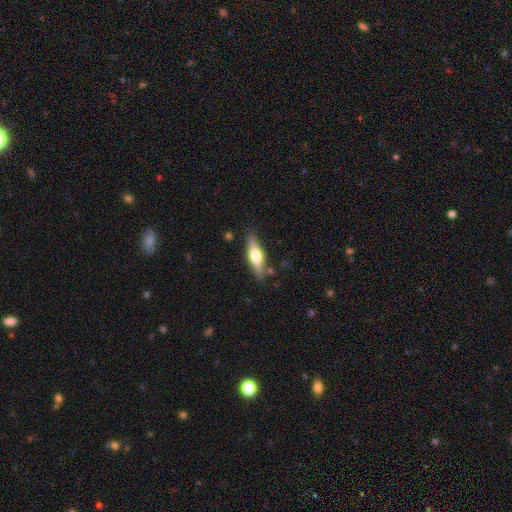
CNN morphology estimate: Smooth or featured: featured or disk — 51% (smooth — 42%)
Edge-on disk: yes — 92% (no — 8%)
Merging: none — 82% (minor disturbance — 12%)